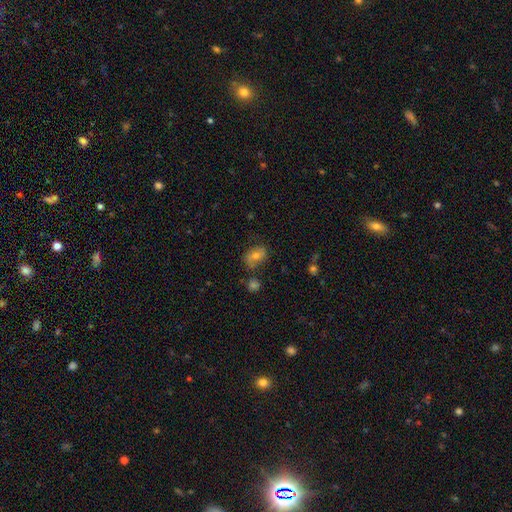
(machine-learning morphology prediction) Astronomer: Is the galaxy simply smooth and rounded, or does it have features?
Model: smooth — 58%.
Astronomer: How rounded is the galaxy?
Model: in between — 67%.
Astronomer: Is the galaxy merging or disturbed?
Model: none — 69%.